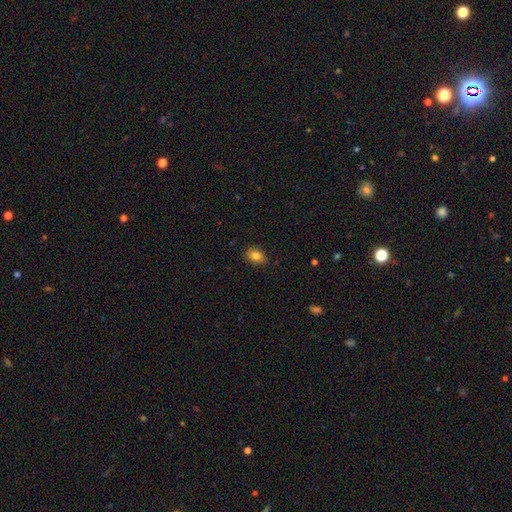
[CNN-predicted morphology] Overall: smooth (83%). How rounded: in between (73%). Merging: none (87%).